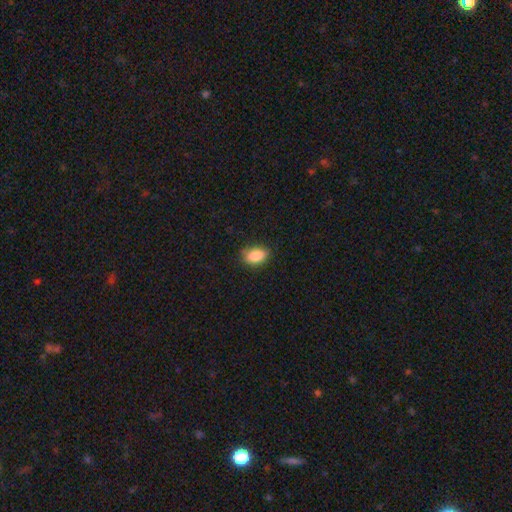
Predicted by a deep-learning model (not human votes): Q: Smooth or featured?
A: smooth (86%); runner-up: star or artifact (8%)
Q: How rounded?
A: in between (88%); runner-up: round (8%)
Q: Merging?
A: none (83%); runner-up: minor disturbance (14%)